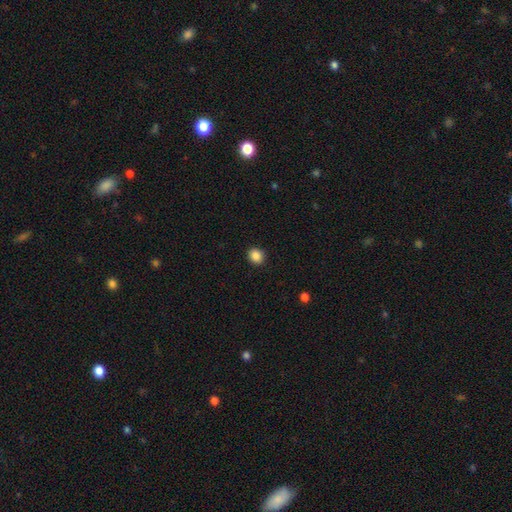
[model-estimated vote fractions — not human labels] Q: Smooth or featured?
A: smooth (87%); runner-up: star or artifact (10%)
Q: How rounded?
A: round (78%); runner-up: in between (21%)
Q: Merging?
A: none (92%); runner-up: minor disturbance (5%)